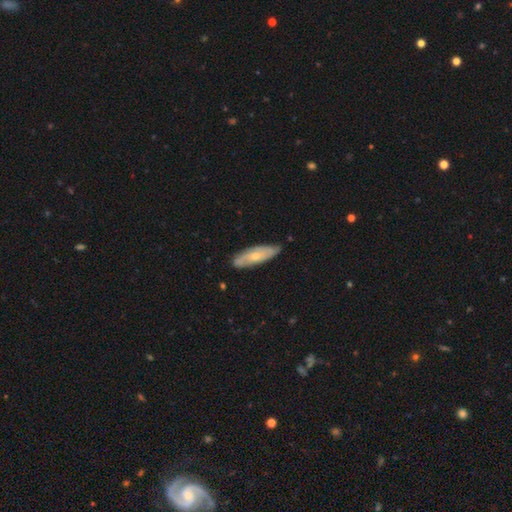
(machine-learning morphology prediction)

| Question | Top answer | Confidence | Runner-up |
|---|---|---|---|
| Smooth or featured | featured or disk | 53% | smooth (41%) |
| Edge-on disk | no | 71% | yes (29%) |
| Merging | none | 79% | minor disturbance (17%) |